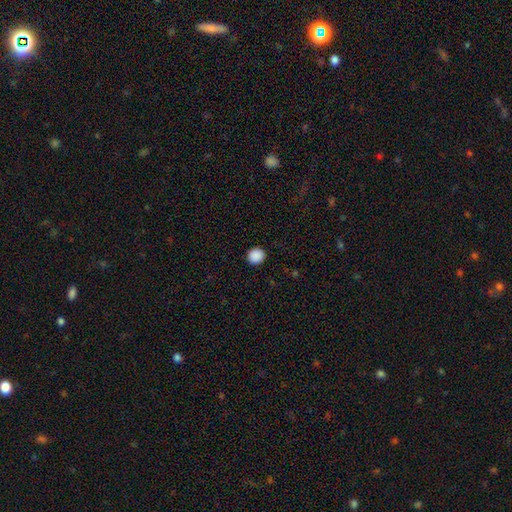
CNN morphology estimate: A smooth galaxy with no disk features (89%) that is round (89%). Merging: none (92%).